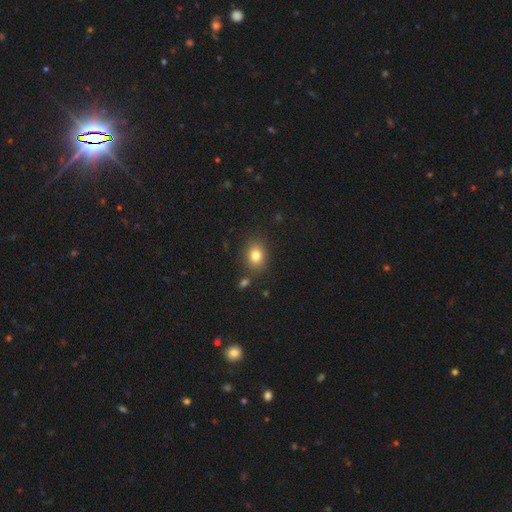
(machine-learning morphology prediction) A smooth galaxy with no disk features (81%) that is in between round and cigar-shaped (58%). Merging: none (82%).